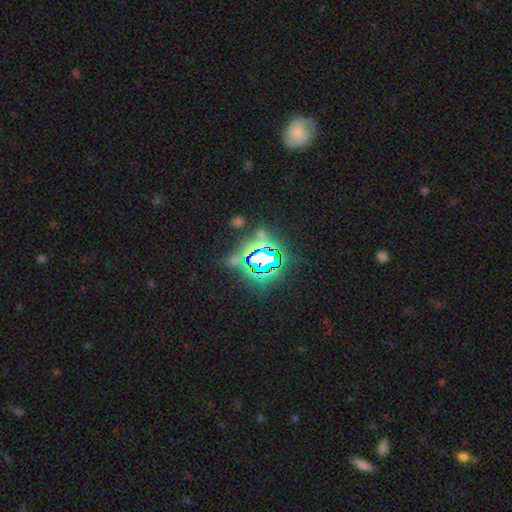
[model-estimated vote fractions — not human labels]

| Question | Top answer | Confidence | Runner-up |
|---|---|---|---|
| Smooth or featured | star or artifact | 76% | smooth (13%) |